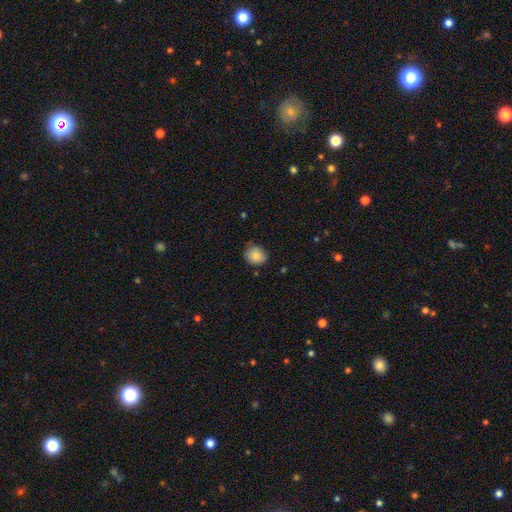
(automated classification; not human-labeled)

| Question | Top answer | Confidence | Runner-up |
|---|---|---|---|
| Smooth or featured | smooth | 86% | star or artifact (8%) |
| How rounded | round | 75% | in between (24%) |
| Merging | none | 73% | minor disturbance (22%) |